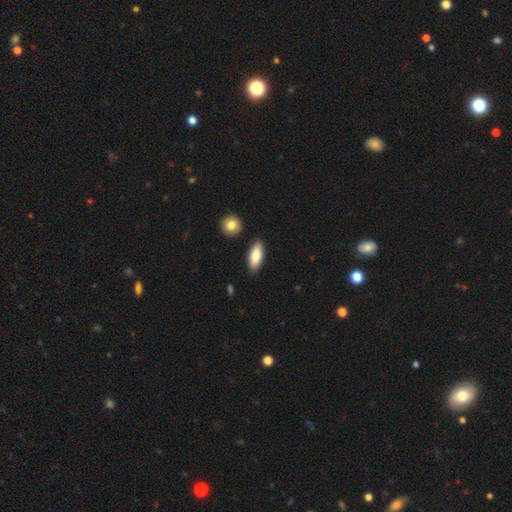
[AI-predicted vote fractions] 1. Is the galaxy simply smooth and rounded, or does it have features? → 79% smooth, 15% featured or disk, 6% star or artifact.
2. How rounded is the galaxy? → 80% in between, 17% cigar-shaped, 2% round.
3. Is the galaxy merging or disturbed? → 86% none, 9% minor disturbance, 3% merger, 2% major disturbance.